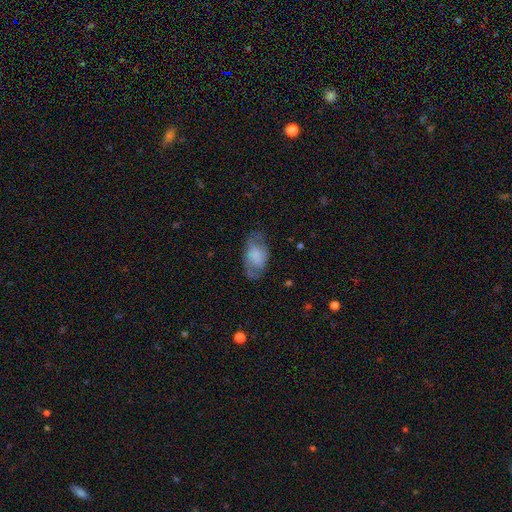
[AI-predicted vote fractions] smooth 55%, featured or disk 37%, star or artifact 8%. Down the decision tree: how rounded — in between (92%); merging — none (59%).